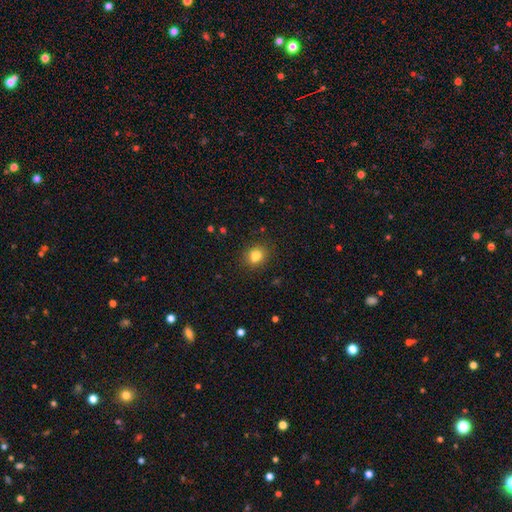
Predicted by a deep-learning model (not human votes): smooth 80%, star or artifact 12%, featured or disk 8%. Down the decision tree: how rounded — round (67%); merging — none (82%).